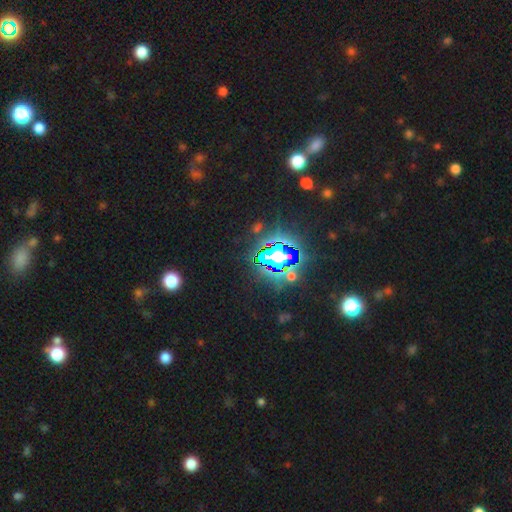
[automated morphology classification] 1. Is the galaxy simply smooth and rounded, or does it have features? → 82% star or artifact, 11% smooth, 7% featured or disk.